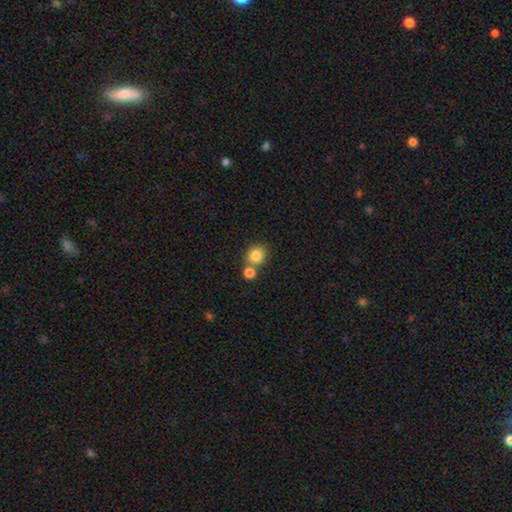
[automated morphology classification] Smooth or featured?
  - smooth: 83% *
  - star or artifact: 10%
  - featured or disk: 7%
How rounded?
  - round: 84% *
  - in between: 15%
  - cigar-shaped: 1%
Merging?
  - none: 55% *
  - merger: 34%
  - minor disturbance: 8%
  - major disturbance: 3%